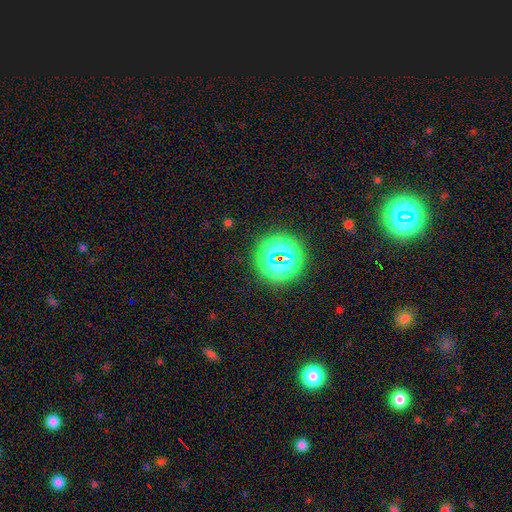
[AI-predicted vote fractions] Smooth or featured? star or artifact (80%)